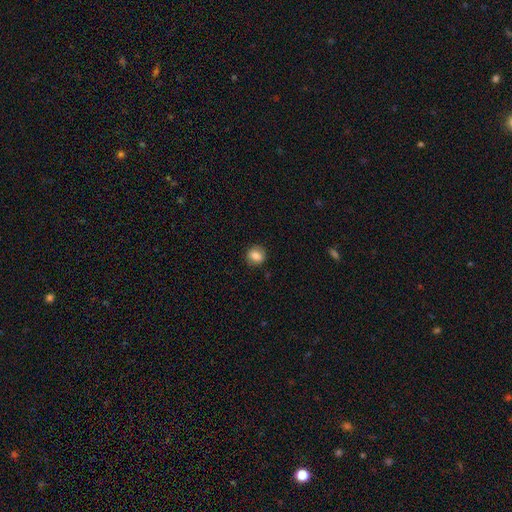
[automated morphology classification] A smooth galaxy with no disk features (81%) that is round (72%). Merging: none (86%).